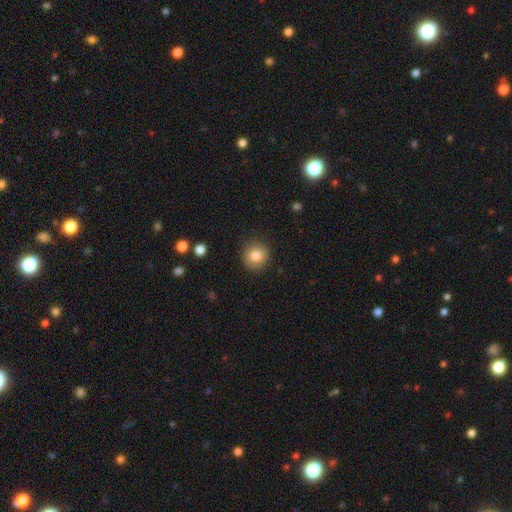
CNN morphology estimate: smooth_or_featured: smooth (p=0.82) [alt: star or artifact p=0.09]
how_rounded: round (p=0.91) [alt: in between p=0.08]
merging: none (p=0.88) [alt: minor disturbance p=0.09]